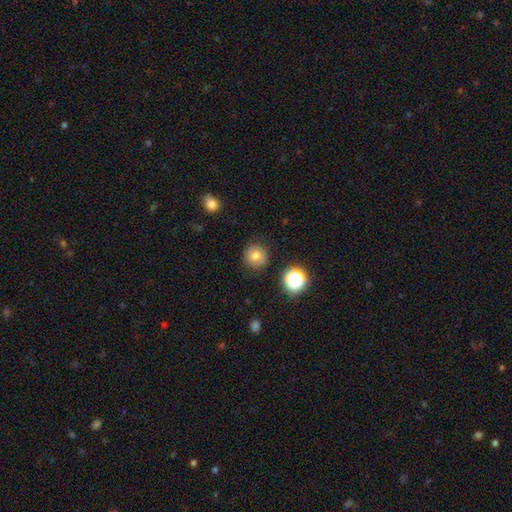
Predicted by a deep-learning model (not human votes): smooth 76%, star or artifact 13%, featured or disk 11%. Down the decision tree: how rounded — round (94%); merging — none (87%).